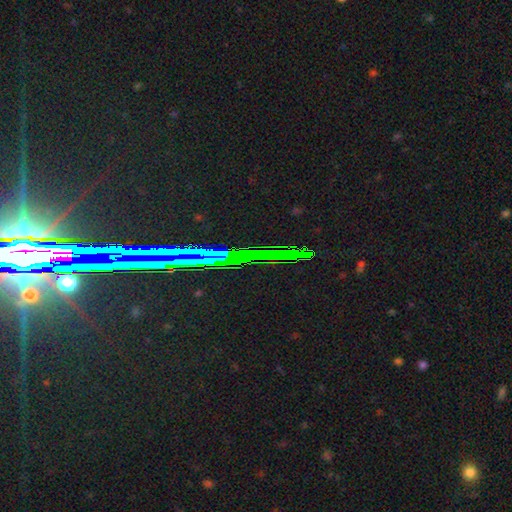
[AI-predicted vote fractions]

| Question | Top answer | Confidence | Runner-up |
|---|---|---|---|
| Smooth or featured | star or artifact | 78% | featured or disk (13%) |